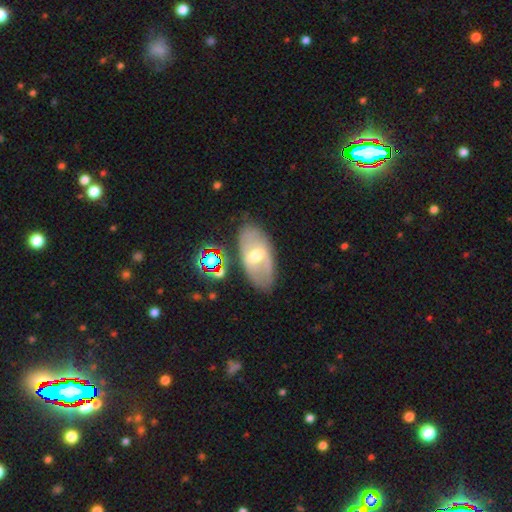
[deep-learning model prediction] Smooth or featured? featured or disk (64%)
Edge-on disk? no (88%)
Bar? weak (48%)
Spiral arms? no (50%, tied with yes)
Bulge size? moderate (66%)
Merging? none (76%)